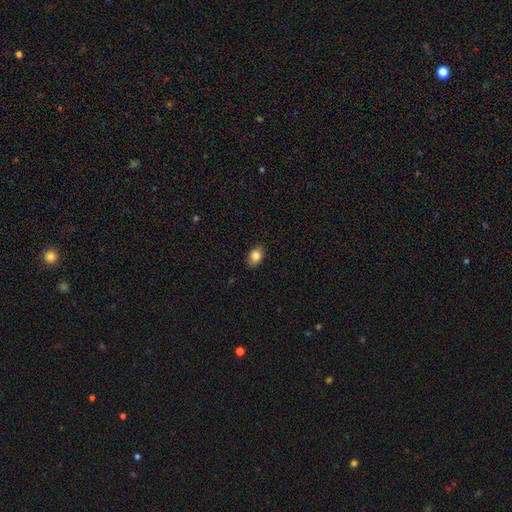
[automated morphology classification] A smooth galaxy with no disk features (85%) that is in between round and cigar-shaped (76%).

Vote fractions:
- Smooth or featured? smooth: 85% / star or artifact: 9% / featured or disk: 7%
- How rounded? in between: 76% / round: 23% / cigar-shaped: 1%
- Merging? none: 85% / minor disturbance: 12% / major disturbance: 2% / merger: 1%